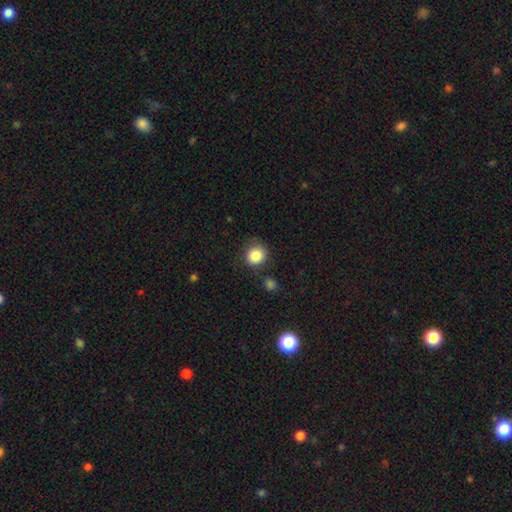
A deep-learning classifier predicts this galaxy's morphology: Smooth or featured?
  - smooth: 86% *
  - star or artifact: 9%
  - featured or disk: 5%
How rounded?
  - round: 83% *
  - in between: 16%
  - cigar-shaped: 1%
Merging?
  - none: 77% *
  - minor disturbance: 15%
  - major disturbance: 4%
  - merger: 4%